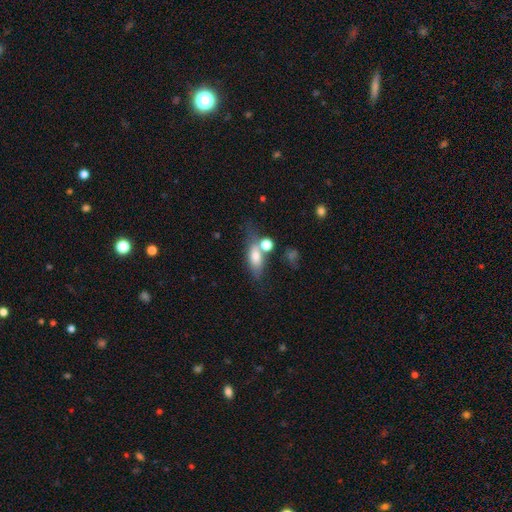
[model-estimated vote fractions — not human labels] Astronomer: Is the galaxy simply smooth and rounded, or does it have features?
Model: smooth — 70%.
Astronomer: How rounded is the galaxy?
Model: in between — 69%.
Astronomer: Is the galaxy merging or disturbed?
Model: none — 44% (runner-up: merger, 27%).